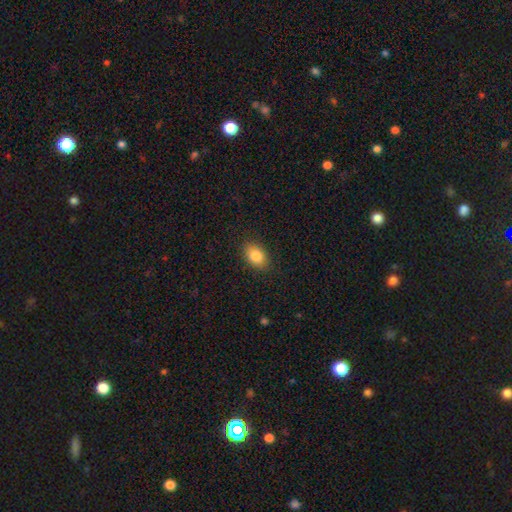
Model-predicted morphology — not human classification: smooth-or-featured: smooth: 84% | star or artifact: 8% | featured or disk: 8%
  how-rounded: in between: 82% | round: 16% | cigar-shaped: 1%
  merging: none: 87% | minor disturbance: 10% | major disturbance: 3% | merger: 1%